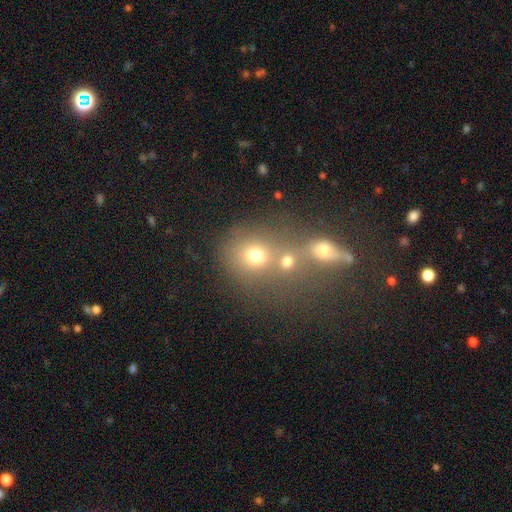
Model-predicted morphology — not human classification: type=smooth (69%); roundness=round (75%); merging=merger (49%).